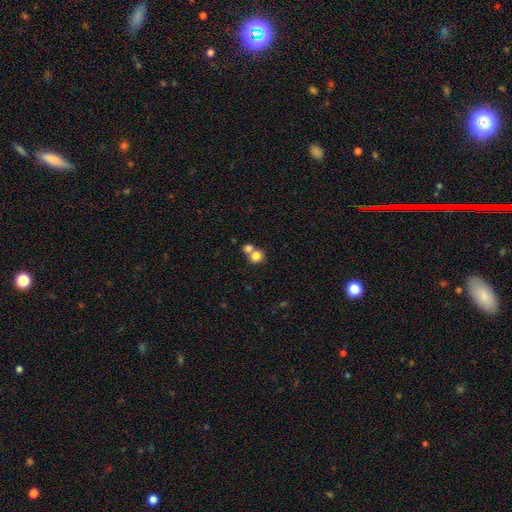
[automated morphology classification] Smooth or featured? Predicted: smooth (p=0.80). How rounded? Predicted: round (p=0.74). Merging? Predicted: merger (p=0.53).